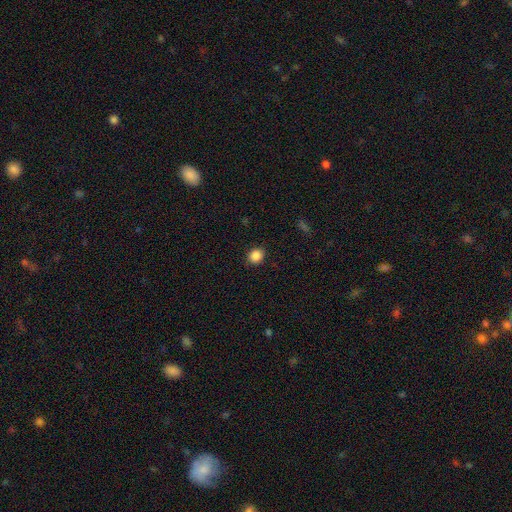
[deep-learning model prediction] This is clearly a smooth galaxy (87%). How rounded: likely round (74%). Merging: clearly none (89%).